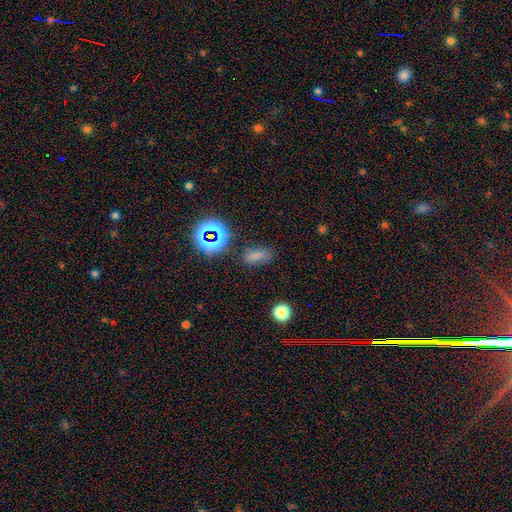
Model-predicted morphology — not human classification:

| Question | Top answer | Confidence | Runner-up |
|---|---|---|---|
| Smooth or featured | smooth | 66% | star or artifact (26%) |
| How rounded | in between | 77% | cigar-shaped (14%) |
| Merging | none | 66% | minor disturbance (20%) |